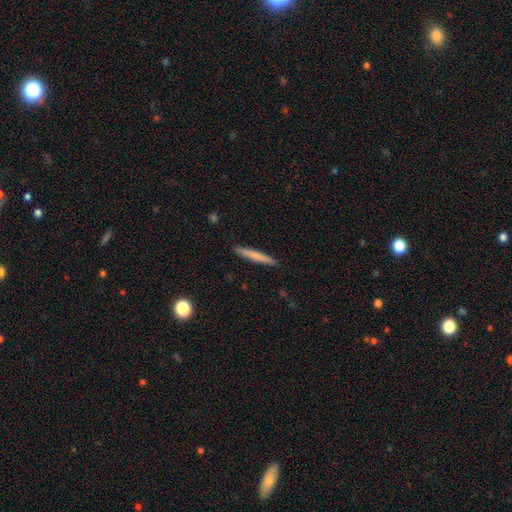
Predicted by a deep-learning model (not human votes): smooth-or-featured: smooth: 72% | featured or disk: 23% | star or artifact: 6%
  how-rounded: cigar-shaped: 96% | in between: 3% | round: 1%
  merging: none: 92% | minor disturbance: 6% | major disturbance: 1% | merger: 1%